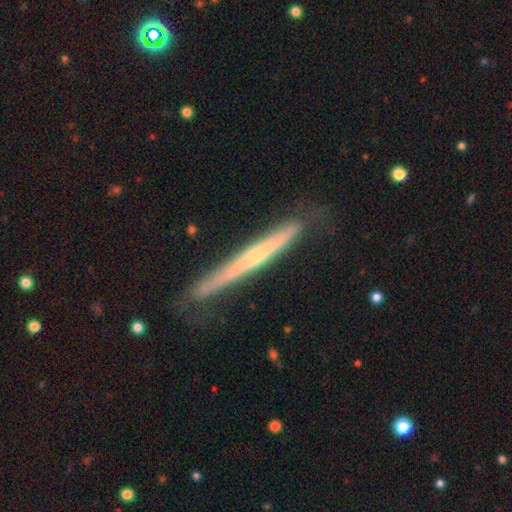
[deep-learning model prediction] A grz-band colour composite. It shows a featured or disk galaxy (62%) viewed edge-on (95%) with no central bulge (61%). Merging: none (75%).